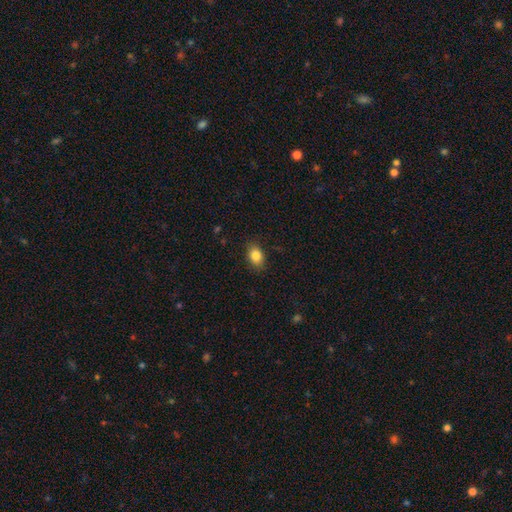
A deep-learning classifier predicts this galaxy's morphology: A smooth galaxy with no disk features (84%) that is in between round and cigar-shaped (75%).

Vote fractions:
- Smooth or featured? smooth: 84% / star or artifact: 9% / featured or disk: 7%
- How rounded? in between: 75% / round: 24% / cigar-shaped: 1%
- Merging? none: 86% / minor disturbance: 10% / major disturbance: 2% / merger: 1%